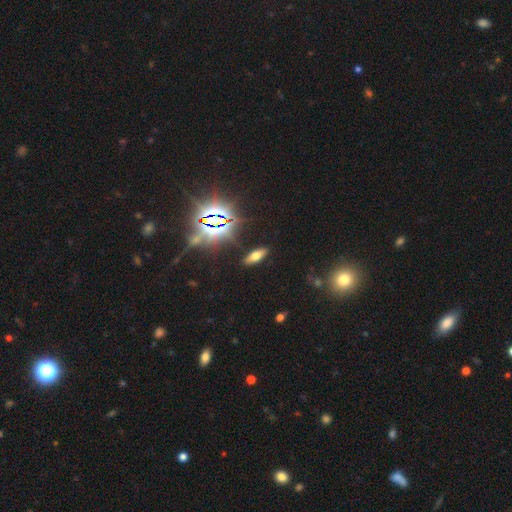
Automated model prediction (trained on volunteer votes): Smooth or featured? smooth (52%)
How rounded? in between (65%)
Merging? none (89%)